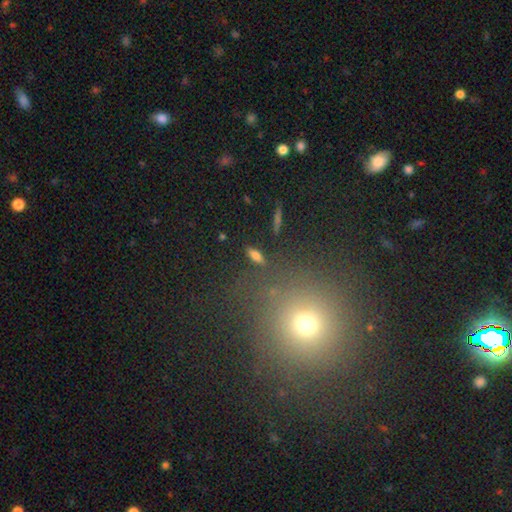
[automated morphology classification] This appears to be a smooth galaxy with no disk features (68%) that is in between round and cigar-shaped (65%). Merging: none (84%).